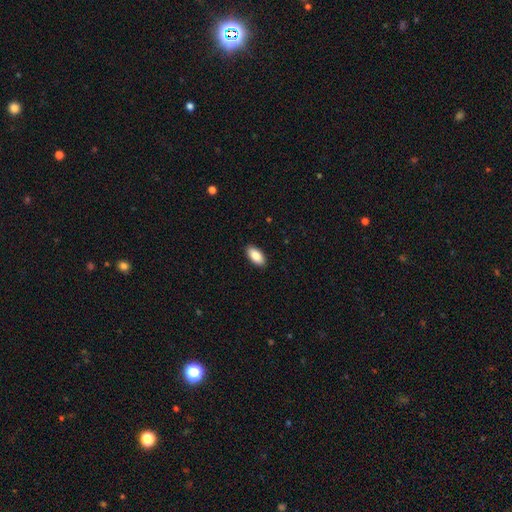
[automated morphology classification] smooth-or-featured: smooth: 88% | star or artifact: 6% | featured or disk: 6%
  how-rounded: in between: 93% | cigar-shaped: 4% | round: 2%
  merging: none: 90% | minor disturbance: 7% | major disturbance: 2% | merger: 1%